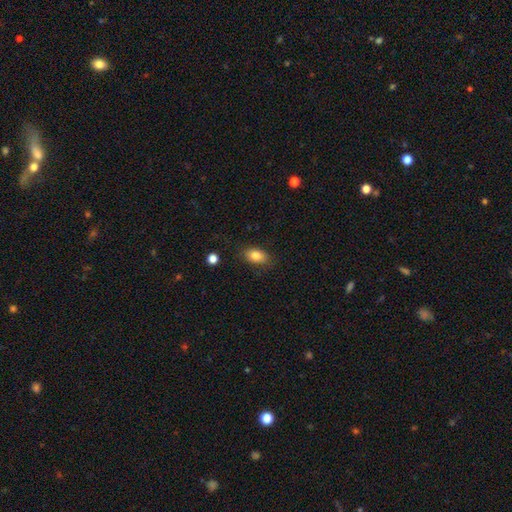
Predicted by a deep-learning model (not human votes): The model was most divided on "merging": none: 83%, minor disturbance: 13%, major disturbance: 3%, merger: 2%. More confident: how rounded — in between (87%); smooth or featured — smooth (84%).